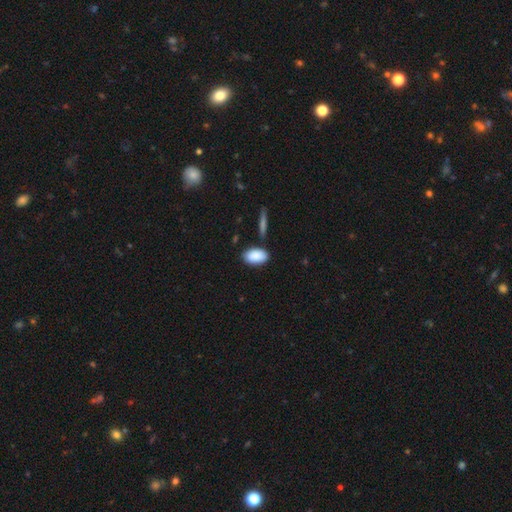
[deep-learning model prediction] smooth_or_featured: smooth (p=0.89) [alt: star or artifact p=0.06]
how_rounded: in between (p=0.93) [alt: round p=0.05]
merging: none (p=0.80) [alt: minor disturbance p=0.12]